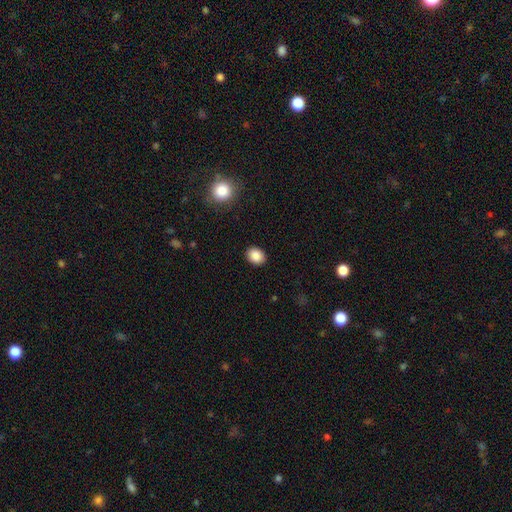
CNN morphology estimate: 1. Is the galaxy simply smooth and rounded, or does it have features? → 88% smooth, 9% star or artifact, 4% featured or disk.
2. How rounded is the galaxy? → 55% in between, 44% round, 1% cigar-shaped.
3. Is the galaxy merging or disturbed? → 90% none, 7% minor disturbance, 2% major disturbance, 1% merger.